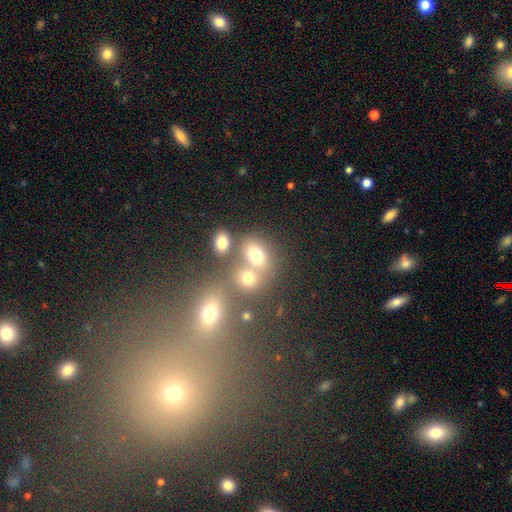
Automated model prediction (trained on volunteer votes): Morphology: type=smooth (70%); roundness=in between (56%); merging=none (50%).